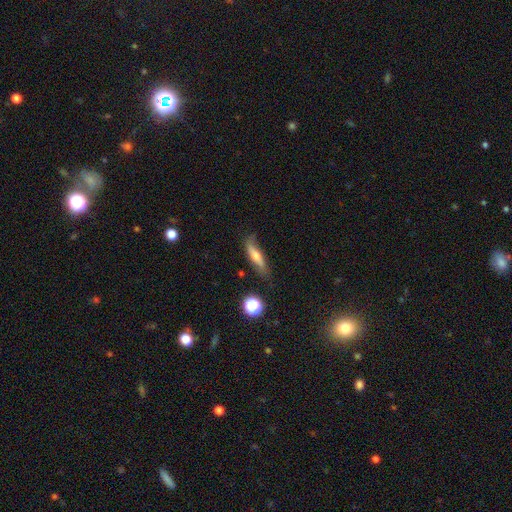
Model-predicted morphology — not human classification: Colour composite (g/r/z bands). It shows a smooth galaxy with no disk features (51%) that is cigar-shaped (65%). Merging: none (65%).